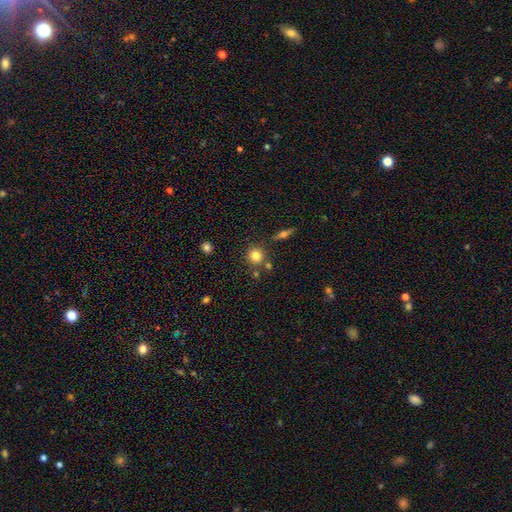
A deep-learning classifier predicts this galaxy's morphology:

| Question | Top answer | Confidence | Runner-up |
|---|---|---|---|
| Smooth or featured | smooth | 80% | star or artifact (11%) |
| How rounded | round | 91% | in between (8%) |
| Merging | none | 77% | merger (11%) |